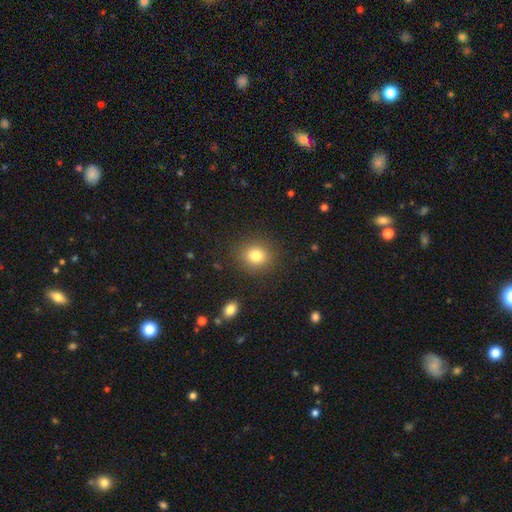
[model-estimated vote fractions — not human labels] A smooth galaxy with no disk features (81%) that is round (73%). Merging: none (87%).